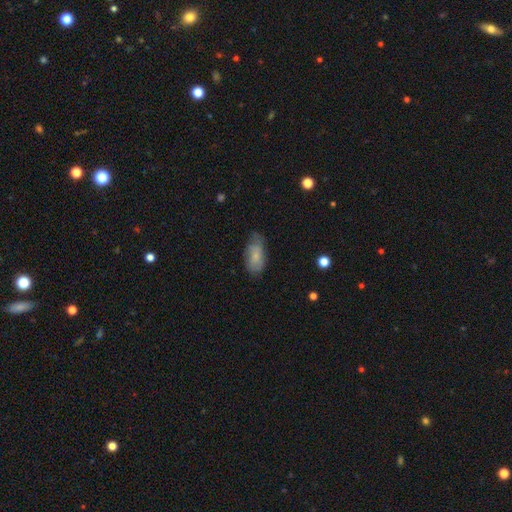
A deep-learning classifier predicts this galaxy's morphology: The model was most divided on "merging": none: 57%, minor disturbance: 32%, major disturbance: 9%, merger: 2%. More confident: how rounded — in between (90%); smooth or featured — smooth (71%).